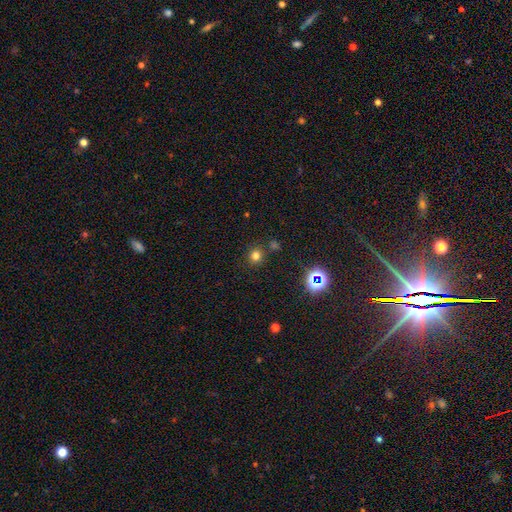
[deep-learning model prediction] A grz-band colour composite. It shows a smooth galaxy with no disk features (72%) that is round (90%). Merging: none (82%).